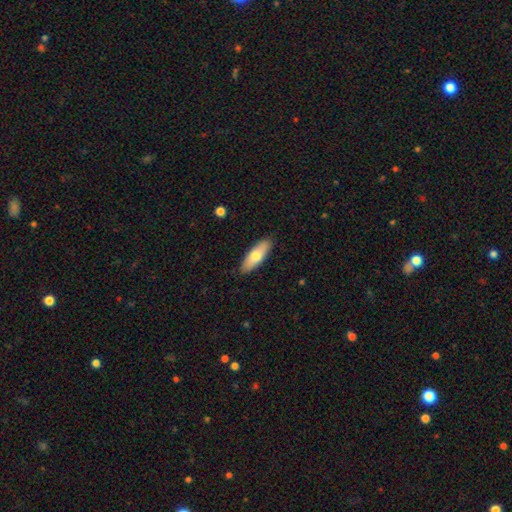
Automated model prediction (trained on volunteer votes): Overall: smooth (71%). How rounded: in between (61%; cigar-shaped 37%). Merging: none (88%).